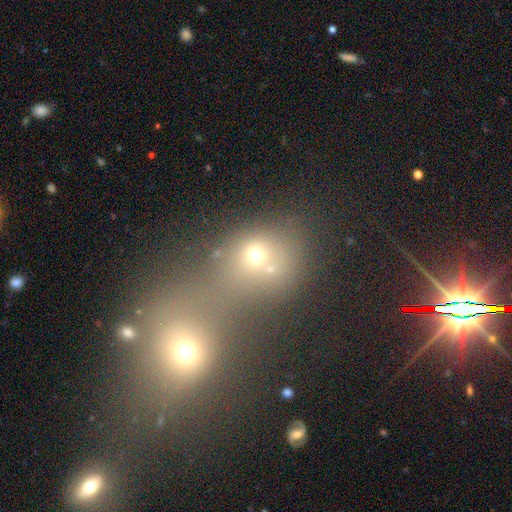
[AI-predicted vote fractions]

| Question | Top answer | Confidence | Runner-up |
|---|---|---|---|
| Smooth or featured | smooth | 60% | star or artifact (23%) |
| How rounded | round | 68% | in between (30%) |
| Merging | merger | 62% | none (27%) |